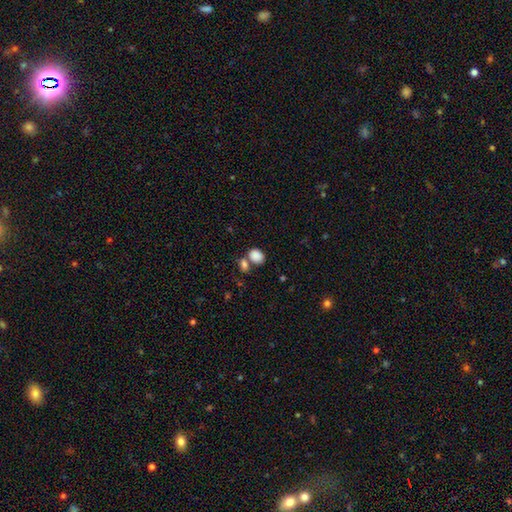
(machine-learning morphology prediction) A smooth galaxy with no disk features (86%) that is in between round and cigar-shaped (65%).

Vote fractions:
- Smooth or featured? smooth: 86% / star or artifact: 9% / featured or disk: 5%
- How rounded? in between: 65% / round: 34% / cigar-shaped: 1%
- Merging? none: 52% / merger: 31% / minor disturbance: 12% / major disturbance: 5%